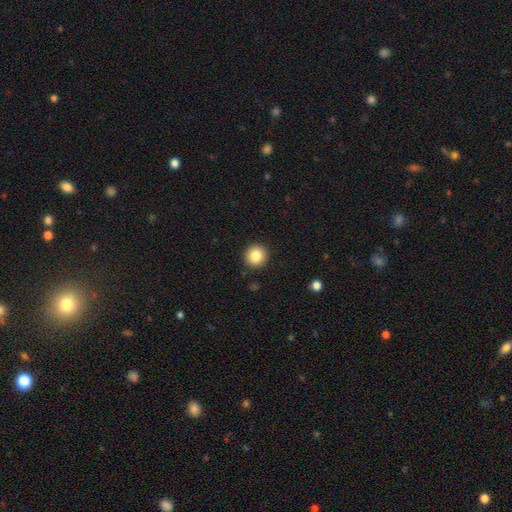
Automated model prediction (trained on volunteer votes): The model was most divided on "smooth or featured": smooth: 85%, star or artifact: 10%, featured or disk: 6%. More confident: how rounded — round (94%); merging — none (92%).